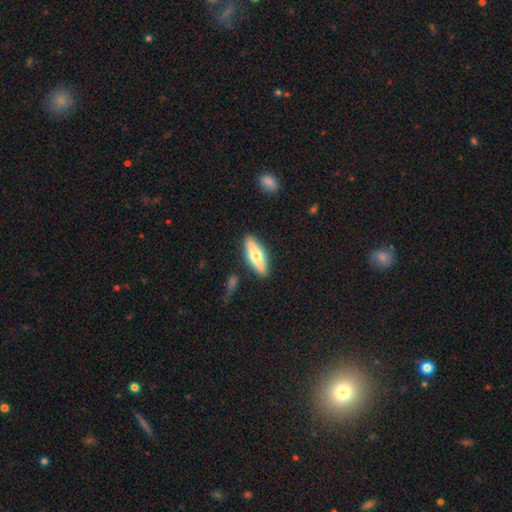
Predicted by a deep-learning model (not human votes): smooth_or_featured: smooth (p=0.62) [alt: featured or disk p=0.32]
how_rounded: in between (p=0.57) [alt: cigar-shaped p=0.41]
merging: none (p=0.84) [alt: minor disturbance p=0.11]